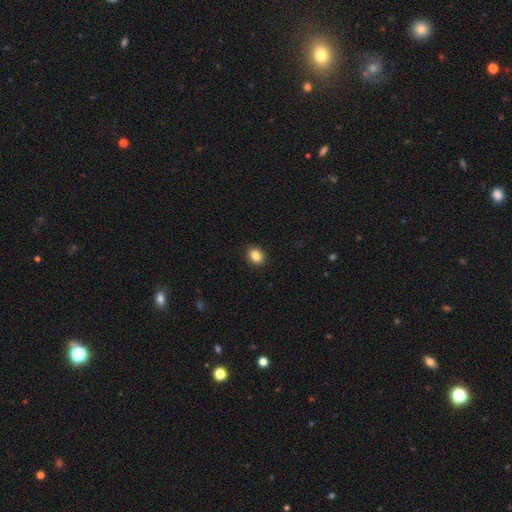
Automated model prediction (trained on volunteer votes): A smooth galaxy with no disk features (86%) that is in between round and cigar-shaped (51%).

Vote fractions:
- Smooth or featured? smooth: 86% / star or artifact: 9% / featured or disk: 5%
- How rounded? in between: 51% / round: 48% / cigar-shaped: 1%
- Merging? none: 91% / minor disturbance: 7% / major disturbance: 2% / merger: 1%